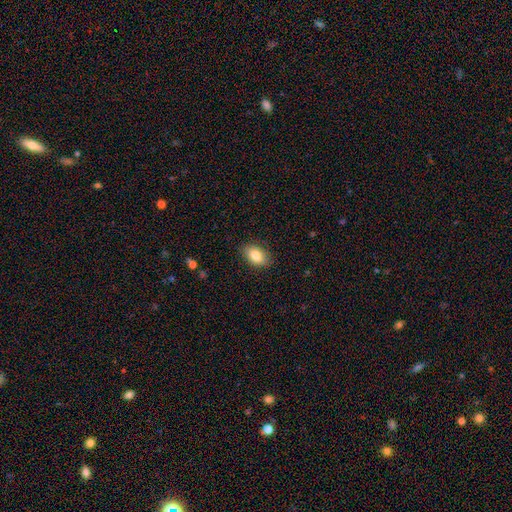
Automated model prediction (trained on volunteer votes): smooth-or-featured: smooth: 84% | featured or disk: 8% | star or artifact: 7%
  how-rounded: in between: 90% | round: 9% | cigar-shaped: 2%
  merging: none: 86% | minor disturbance: 11% | major disturbance: 2% | merger: 1%